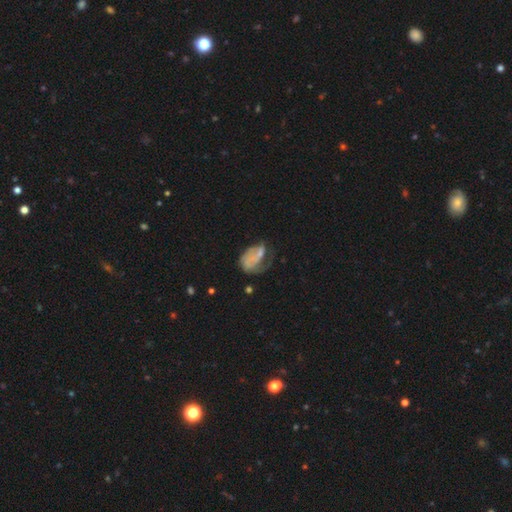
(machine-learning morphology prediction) Smooth or featured? Predicted: featured or disk (p=0.51). Edge-on disk? Predicted: no (p=0.96). Merging? Predicted: major disturbance (p=0.41).